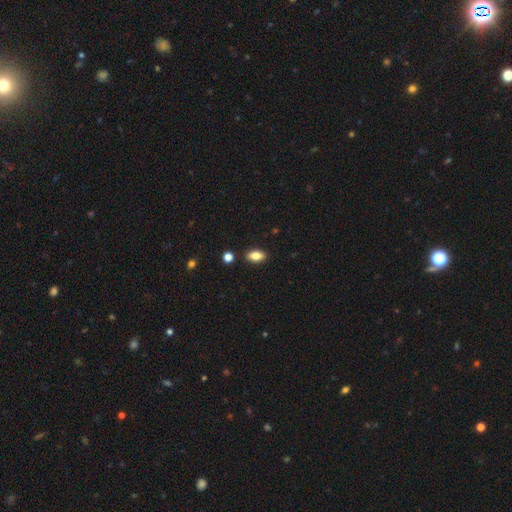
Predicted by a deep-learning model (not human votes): A smooth galaxy with no disk features (81%) that is in between round and cigar-shaped (88%). Merging: none (87%).